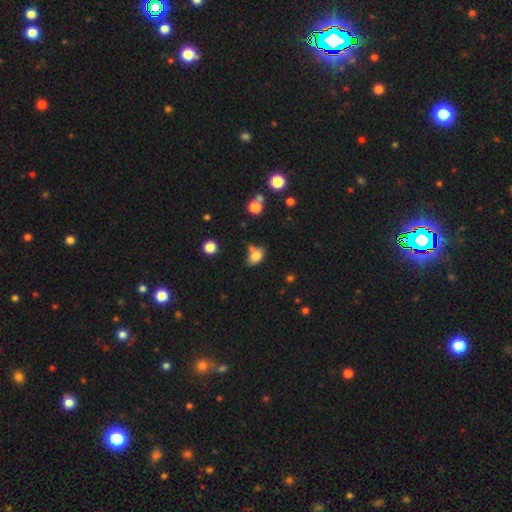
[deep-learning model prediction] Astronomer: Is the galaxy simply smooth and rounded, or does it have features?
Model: smooth — 80%.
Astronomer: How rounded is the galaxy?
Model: in between — 77%.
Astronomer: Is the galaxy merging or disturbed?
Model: none — 55%.